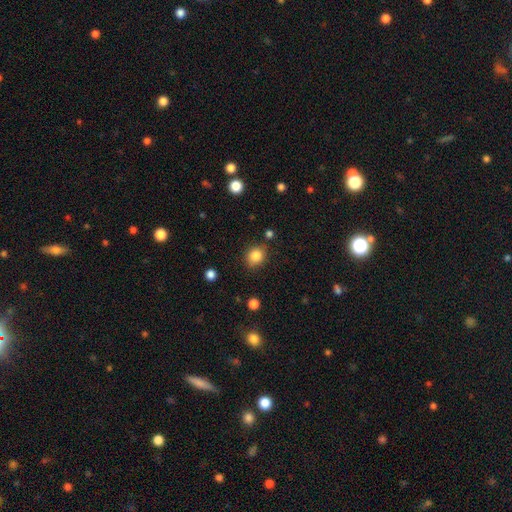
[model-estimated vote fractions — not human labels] Smooth or featured? smooth (84%)
How rounded? round (71%)
Merging? none (81%)